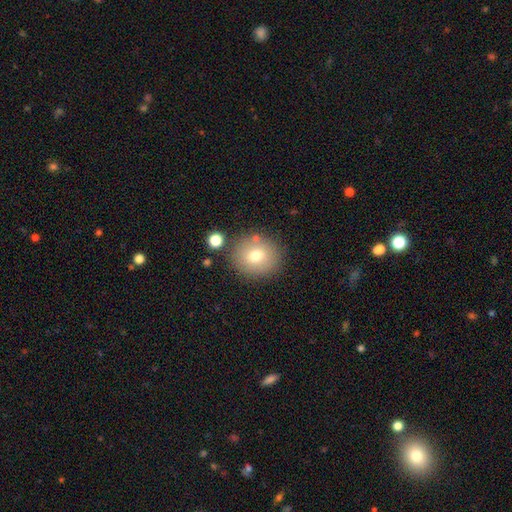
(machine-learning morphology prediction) smooth 73%, featured or disk 16%, star or artifact 11%. Down the decision tree: how rounded — round (84%); merging — none (80%).